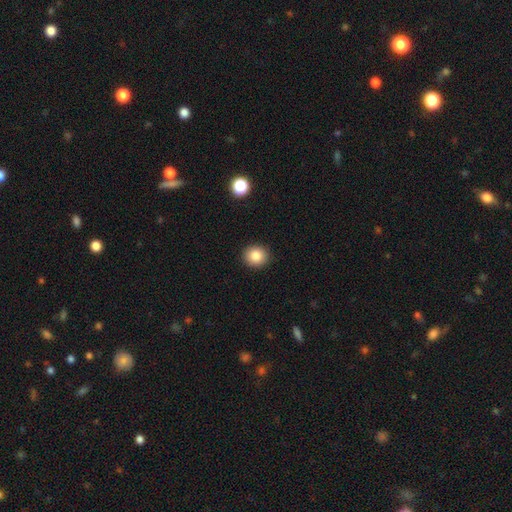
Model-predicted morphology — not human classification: smooth-or-featured: smooth: 84% | star or artifact: 10% | featured or disk: 6%
  how-rounded: round: 83% | in between: 16% | cigar-shaped: 1%
  merging: none: 92% | minor disturbance: 5% | major disturbance: 2% | merger: 1%